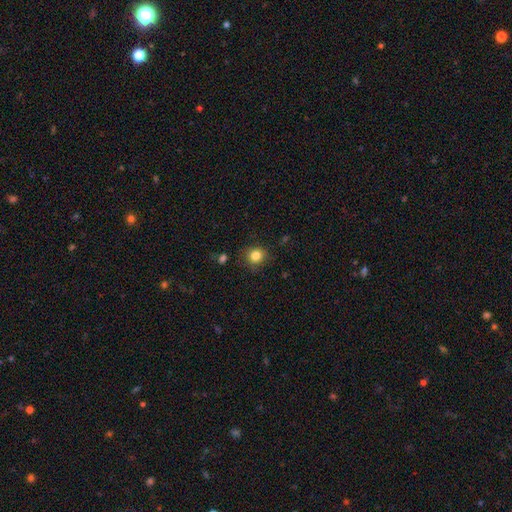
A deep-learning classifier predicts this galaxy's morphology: The model was most divided on "smooth or featured": smooth: 83%, star or artifact: 12%, featured or disk: 6%. More confident: how rounded — round (87%); merging — none (83%).